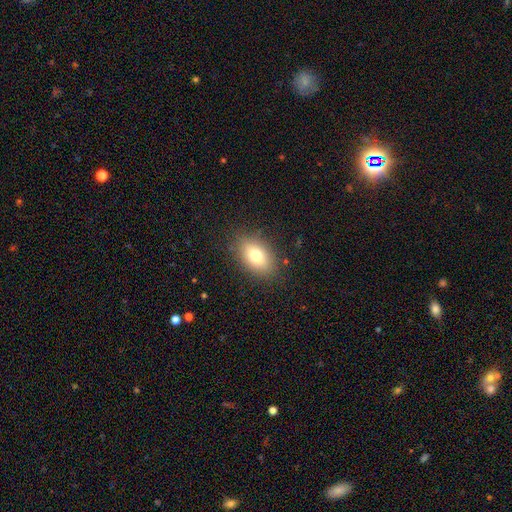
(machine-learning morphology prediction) smooth_or_featured: smooth (p=0.77) [alt: featured or disk p=0.13]
how_rounded: in between (p=0.86) [alt: round p=0.13]
merging: none (p=0.85) [alt: minor disturbance p=0.10]